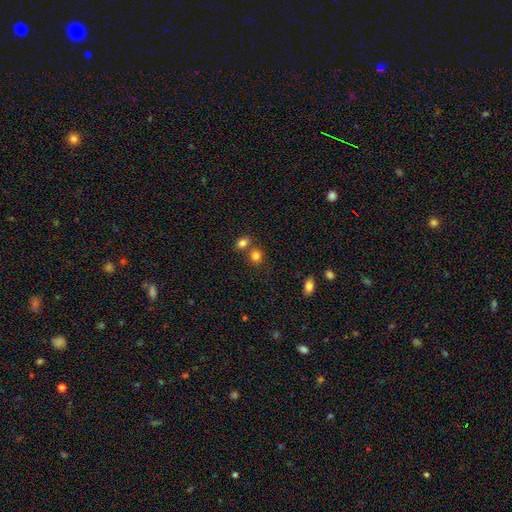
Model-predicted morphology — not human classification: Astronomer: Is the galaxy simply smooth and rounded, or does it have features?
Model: smooth — 82%.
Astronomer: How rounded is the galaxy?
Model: round — 73%.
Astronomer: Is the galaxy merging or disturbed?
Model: none — 60%.